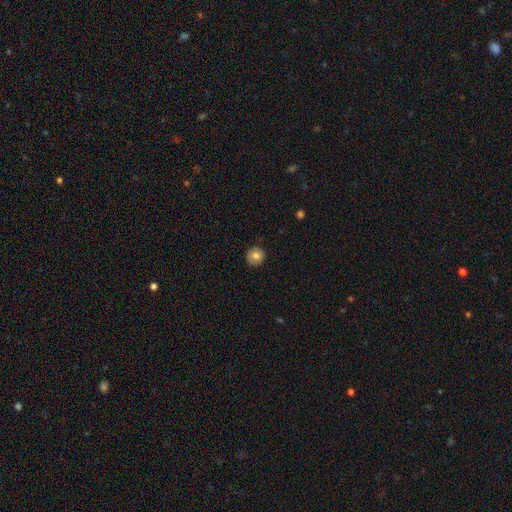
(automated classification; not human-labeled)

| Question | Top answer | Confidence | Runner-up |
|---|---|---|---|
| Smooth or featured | smooth | 79% | featured or disk (12%) |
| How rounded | round | 90% | in between (9%) |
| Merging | none | 87% | minor disturbance (10%) |